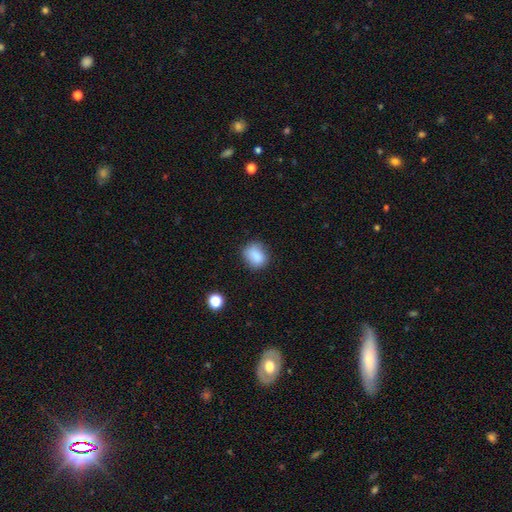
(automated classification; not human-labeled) Overall: smooth (84%). How rounded: round (56%; in between 42%). Merging: none (73%).